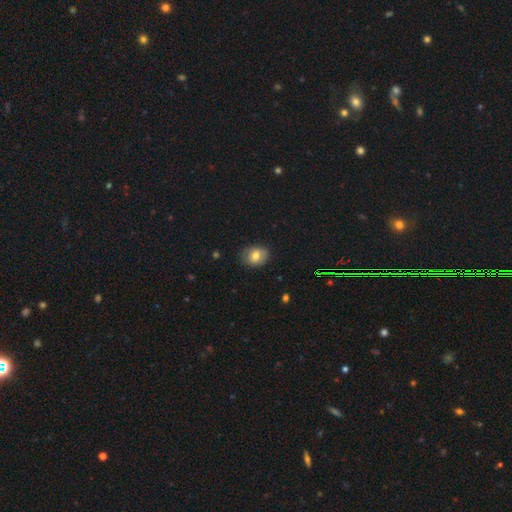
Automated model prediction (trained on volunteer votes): Smooth or featured? Predicted: smooth (p=0.74). How rounded? Predicted: in between (p=0.51). Merging? Predicted: none (p=0.79).